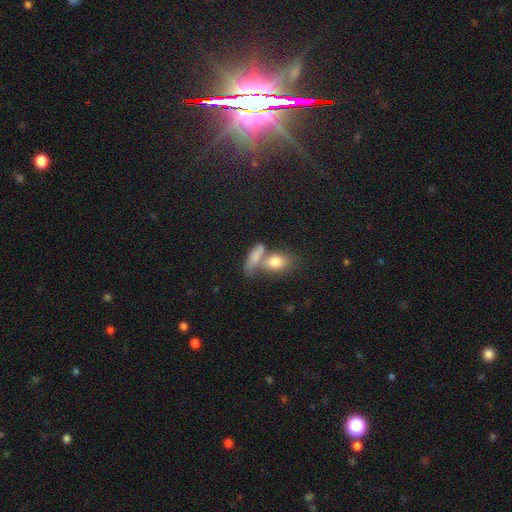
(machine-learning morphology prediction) A smooth galaxy with no disk features (76%) that is in between round and cigar-shaped (63%).

Vote fractions:
- Smooth or featured? smooth: 76% / featured or disk: 16% / star or artifact: 8%
- How rounded? in between: 63% / cigar-shaped: 27% / round: 10%
- Merging? merger: 47% / none: 35% / minor disturbance: 11% / major disturbance: 7%